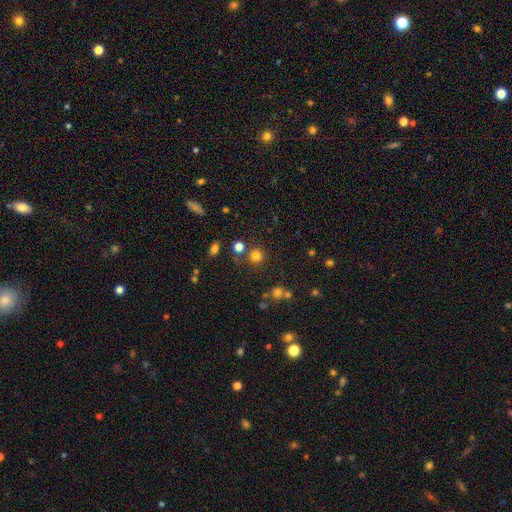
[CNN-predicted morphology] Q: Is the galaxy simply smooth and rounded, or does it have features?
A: smooth — 77%.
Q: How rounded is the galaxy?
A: round — 92%.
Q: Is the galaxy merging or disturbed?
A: none — 78%.